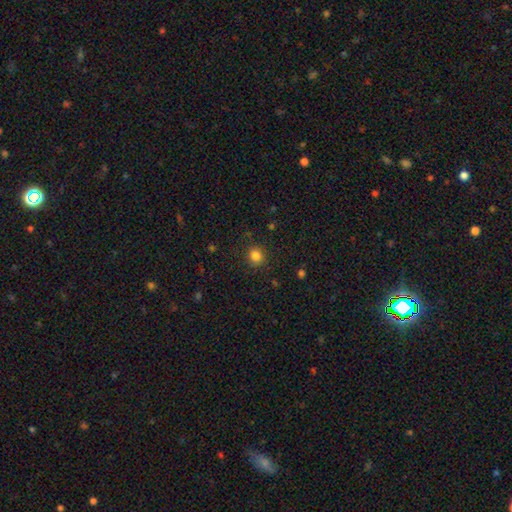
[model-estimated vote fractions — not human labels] Overall: smooth (83%). How rounded: round (85%). Merging: none (89%).